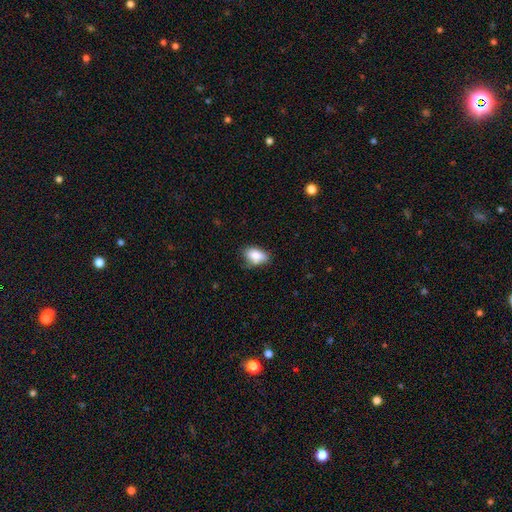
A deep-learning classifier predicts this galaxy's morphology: smooth_or_featured: smooth (p=0.83) [alt: featured or disk p=0.09]
how_rounded: in between (p=0.89) [alt: round p=0.08]
merging: none (p=0.57) [alt: minor disturbance p=0.28]